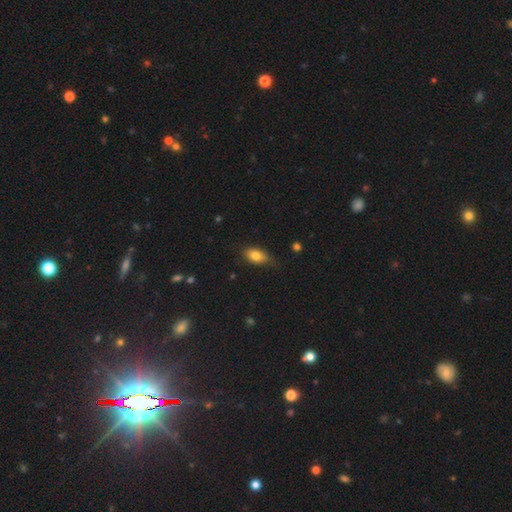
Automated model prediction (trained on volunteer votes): Smooth or featured? smooth (80%)
How rounded? in between (88%)
Merging? none (73%)